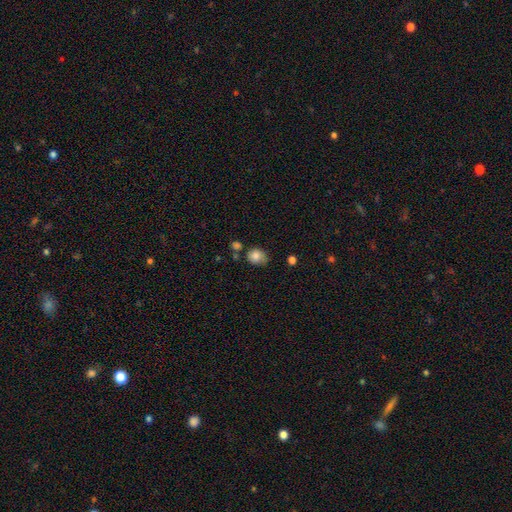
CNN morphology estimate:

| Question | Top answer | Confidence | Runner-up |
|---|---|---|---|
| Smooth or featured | smooth | 82% | star or artifact (10%) |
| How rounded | round | 62% | in between (37%) |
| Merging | none | 53% | minor disturbance (30%) |